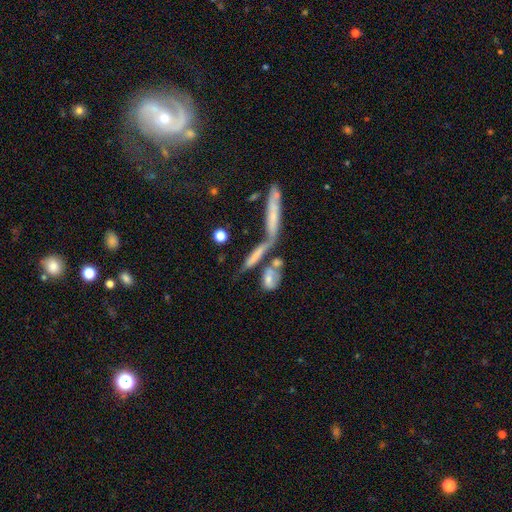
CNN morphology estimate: Overall: smooth (58%; featured or disk 32%). How rounded: cigar-shaped (71%). Merging: merger (44%; none 32%).